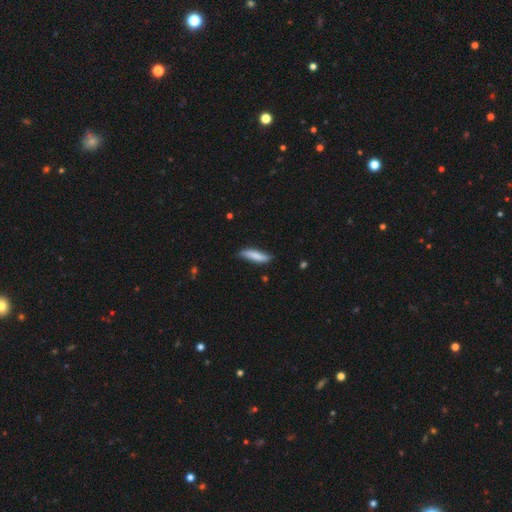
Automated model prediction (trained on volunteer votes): Smooth or featured: smooth — 80% (featured or disk — 14%)
How rounded: cigar-shaped — 75% (in between — 23%)
Merging: none — 78% (minor disturbance — 18%)